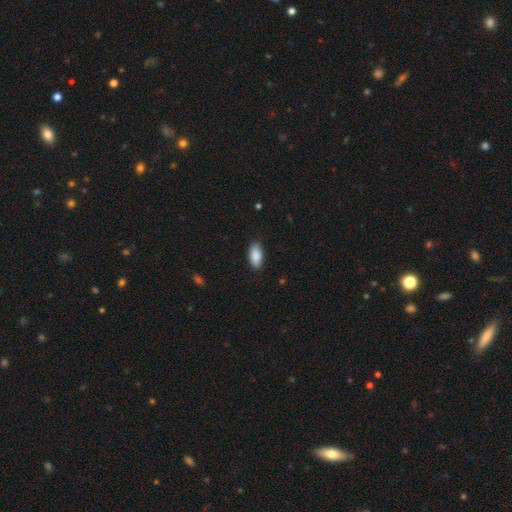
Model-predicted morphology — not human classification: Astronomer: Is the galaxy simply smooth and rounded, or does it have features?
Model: smooth — 89%.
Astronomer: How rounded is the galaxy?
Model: in between — 93%.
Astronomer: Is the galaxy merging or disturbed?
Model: none — 86%.